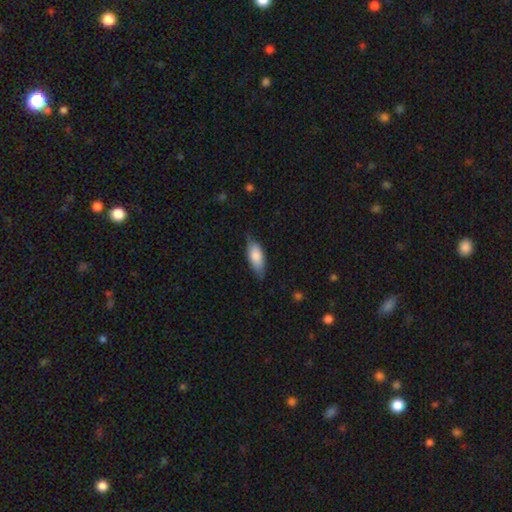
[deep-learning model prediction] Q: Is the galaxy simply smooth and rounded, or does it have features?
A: smooth — 80%.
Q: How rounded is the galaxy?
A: in between — 79%.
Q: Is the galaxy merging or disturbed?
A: none — 69%.